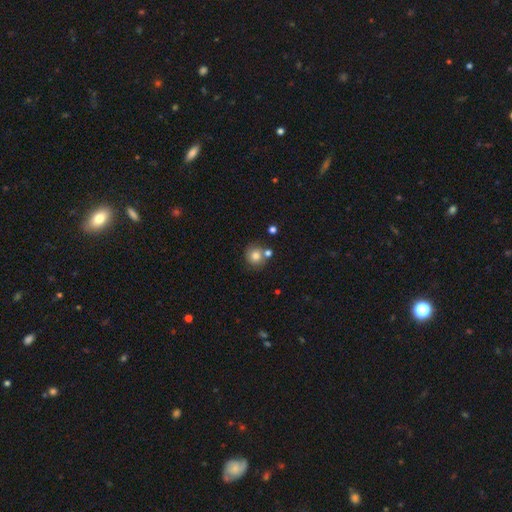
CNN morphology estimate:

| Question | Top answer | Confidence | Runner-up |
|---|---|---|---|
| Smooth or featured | smooth | 77% | featured or disk (12%) |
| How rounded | round | 89% | in between (10%) |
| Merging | none | 65% | merger (19%) |